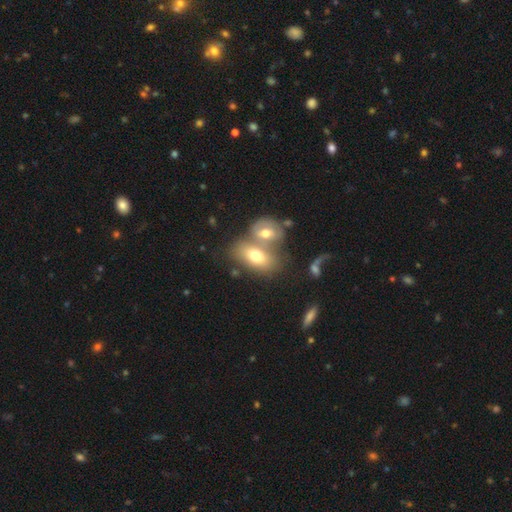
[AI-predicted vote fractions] This appears to be a smooth galaxy with no disk features (67%) that is in between round and cigar-shaped (87%). Merging: merger (53%).